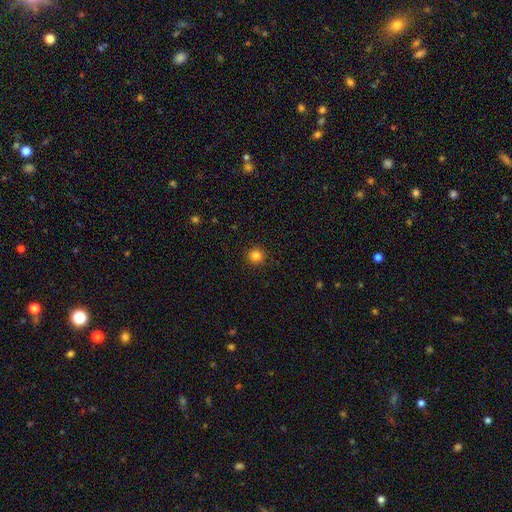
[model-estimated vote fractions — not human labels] Smooth or featured? smooth (84%)
How rounded? round (95%)
Merging? none (93%)